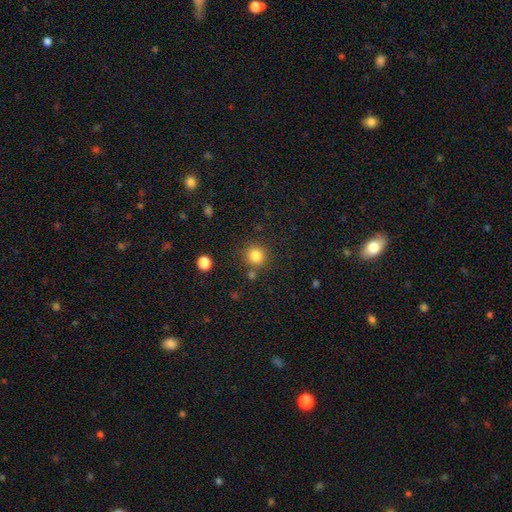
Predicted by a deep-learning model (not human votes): This is clearly a smooth galaxy (83%). How rounded: clearly round (92%). Merging: clearly none (81%).